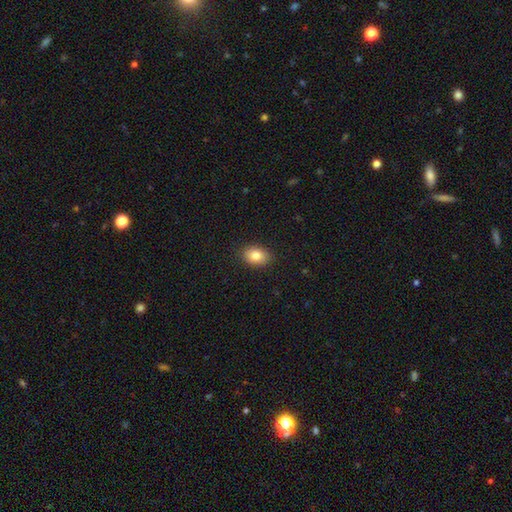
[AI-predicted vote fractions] smooth-or-featured: smooth: 82% | featured or disk: 9% | star or artifact: 9%
  how-rounded: in between: 74% | round: 25% | cigar-shaped: 1%
  merging: none: 89% | minor disturbance: 8% | major disturbance: 2% | merger: 1%